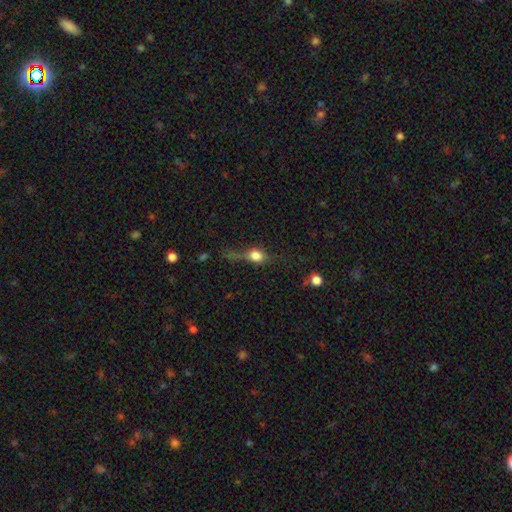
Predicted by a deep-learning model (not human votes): Smooth or featured?
  - smooth: 65% *
  - featured or disk: 22%
  - star or artifact: 13%
How rounded?
  - round: 49% *
  - in between: 42%
  - cigar-shaped: 10%
Merging?
  - none: 35% *
  - major disturbance: 34%
  - minor disturbance: 23%
  - merger: 8%